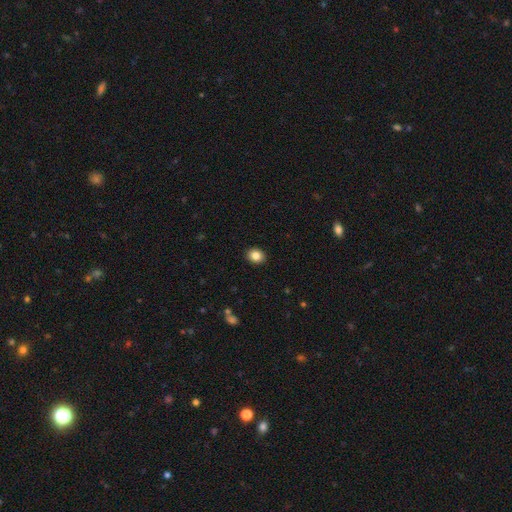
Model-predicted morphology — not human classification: smooth_or_featured: smooth (p=0.84) [alt: star or artifact p=0.10]
how_rounded: round (p=0.60) [alt: in between p=0.39]
merging: none (p=0.91) [alt: minor disturbance p=0.06]